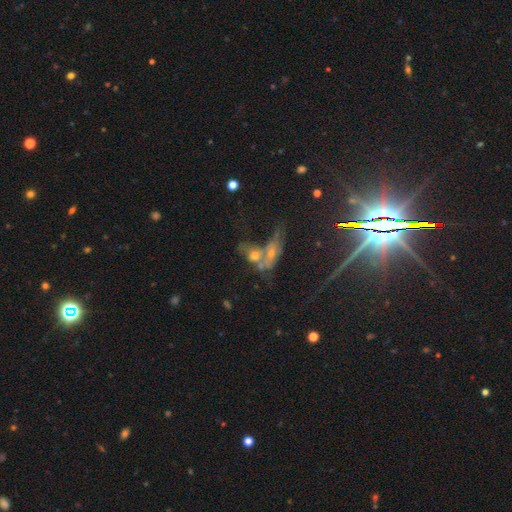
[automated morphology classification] Smooth or featured: featured or disk — 39% (smooth — 33%)
Merging: merger — 56% (none — 22%)